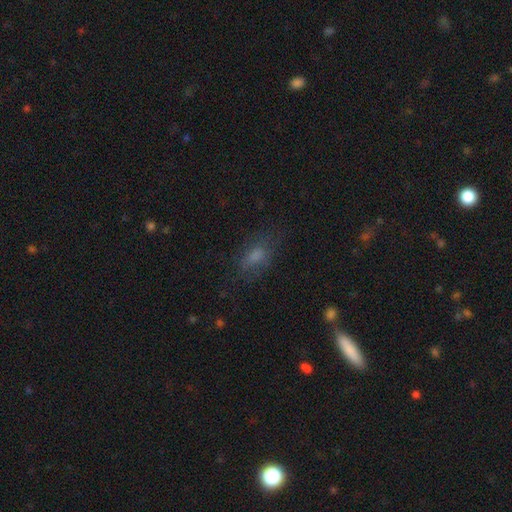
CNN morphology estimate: Q: Smooth or featured?
A: smooth (63%); runner-up: featured or disk (19%)
Q: How rounded?
A: in between (77%); runner-up: cigar-shaped (11%)
Q: Merging?
A: none (65%); runner-up: minor disturbance (19%)